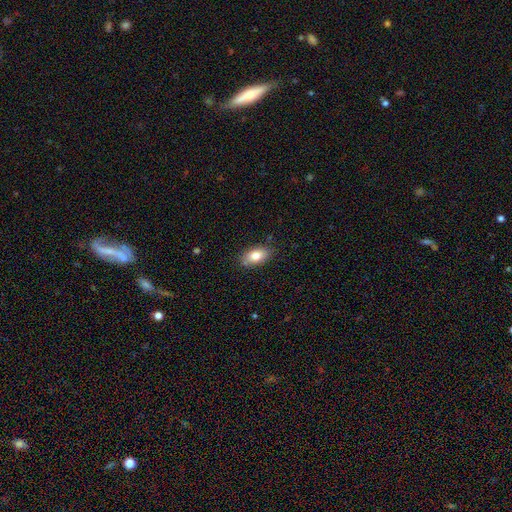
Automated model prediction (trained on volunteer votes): Morphology: type=smooth (81%); roundness=in between (91%); merging=none (82%).